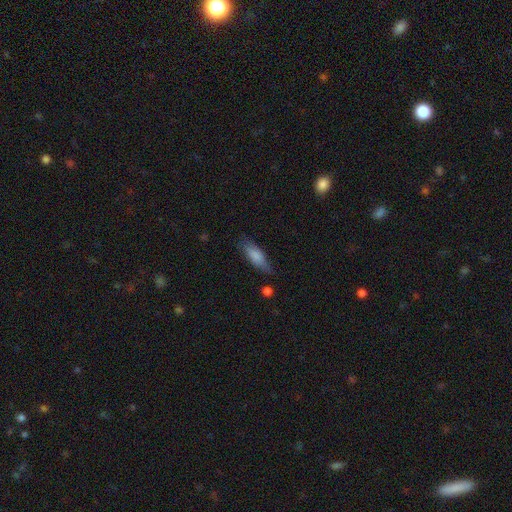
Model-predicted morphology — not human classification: A smooth galaxy with no disk features (81%) that is in between round and cigar-shaped (61%). Merging: none (72%).